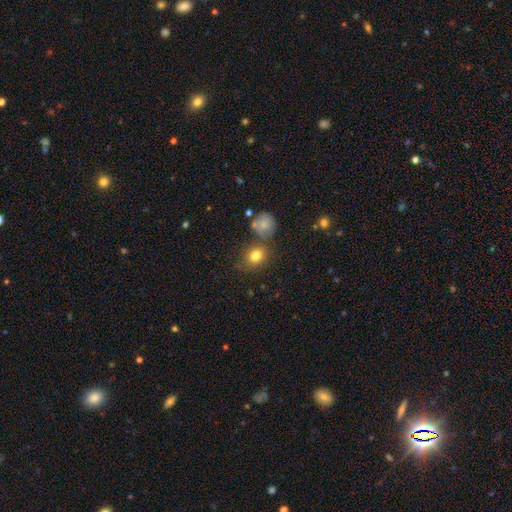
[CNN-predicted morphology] smooth 79%, star or artifact 12%, featured or disk 9%. Down the decision tree: how rounded — round (67%); merging — none (68%).